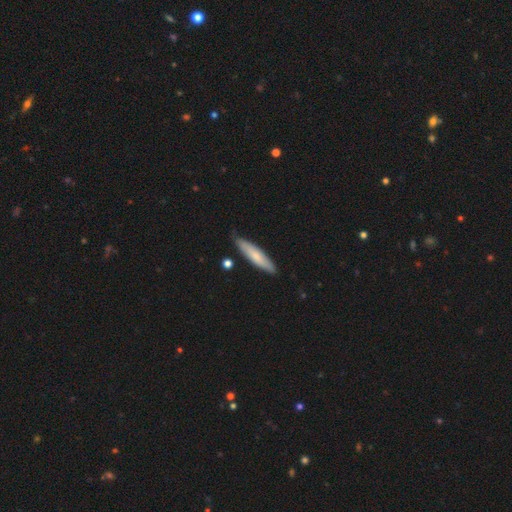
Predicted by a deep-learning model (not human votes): Smooth or featured: smooth — 71% (featured or disk — 24%)
How rounded: cigar-shaped — 83% (in between — 16%)
Merging: none — 81% (minor disturbance — 15%)